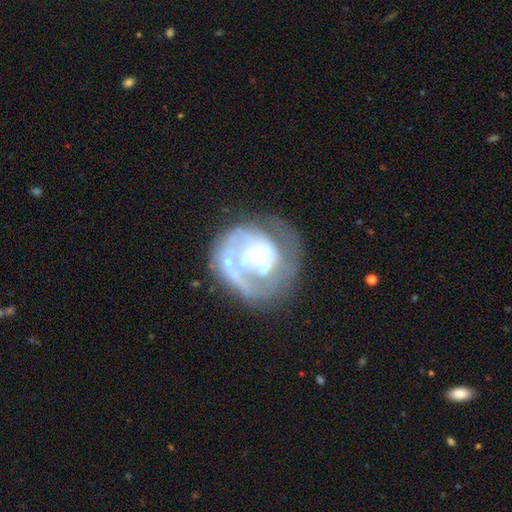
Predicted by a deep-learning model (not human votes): This appears to be a featured or disk galaxy (77%) with no bar (66%), 1 (35%) tight (46%) spiral arms (71%) and a small central bulge (48%). Merging: none (48%).